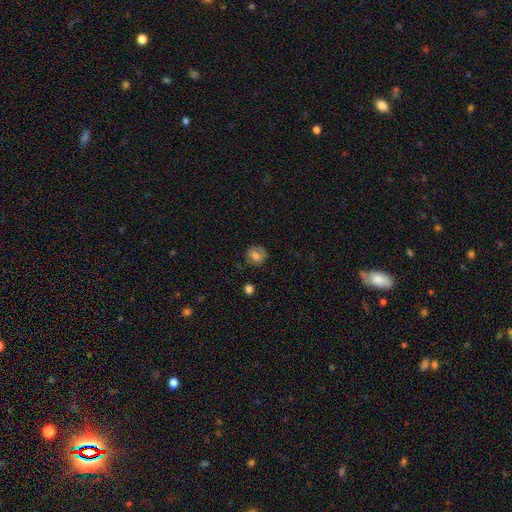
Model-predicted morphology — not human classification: Smooth or featured? Predicted: smooth (p=0.68). How rounded? Predicted: round (p=0.76). Merging? Predicted: none (p=0.73).